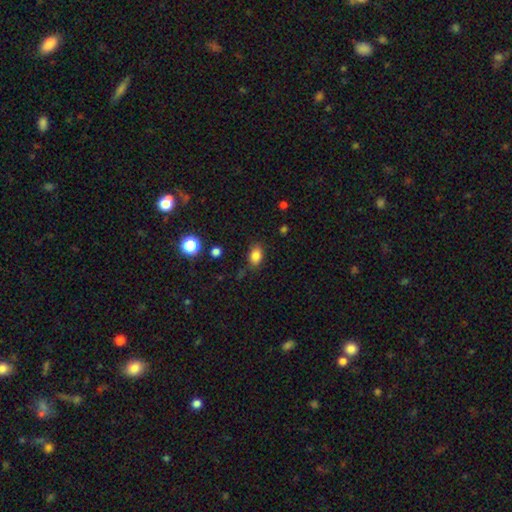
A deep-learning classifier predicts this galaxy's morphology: Smooth or featured: smooth — 83% (star or artifact — 11%)
How rounded: in between — 79% (round — 19%)
Merging: none — 79% (minor disturbance — 15%)